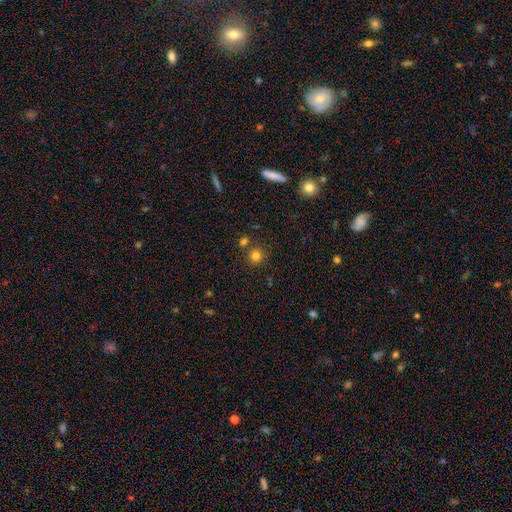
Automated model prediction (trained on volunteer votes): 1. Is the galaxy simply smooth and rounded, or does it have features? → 78% smooth, 15% star or artifact, 6% featured or disk.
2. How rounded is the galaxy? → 92% round, 7% in between, 1% cigar-shaped.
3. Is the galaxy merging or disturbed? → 78% none, 11% merger, 8% minor disturbance, 3% major disturbance.